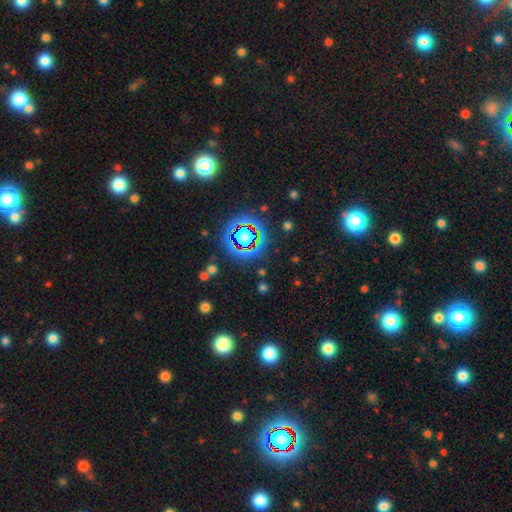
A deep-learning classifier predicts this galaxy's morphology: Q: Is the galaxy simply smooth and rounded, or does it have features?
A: star or artifact — 76%.